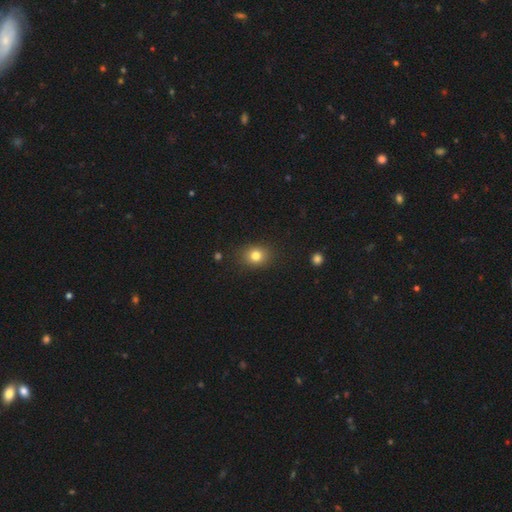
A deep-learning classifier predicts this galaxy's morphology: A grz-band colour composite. It shows a smooth galaxy with no disk features (80%) that is round (60%). Merging: none (85%).